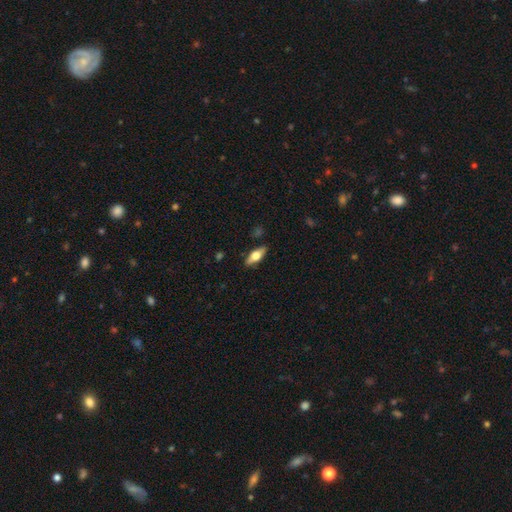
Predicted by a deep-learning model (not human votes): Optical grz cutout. It shows a smooth galaxy with no disk features (52%) that is in between round and cigar-shaped (71%). Merging: none (86%).